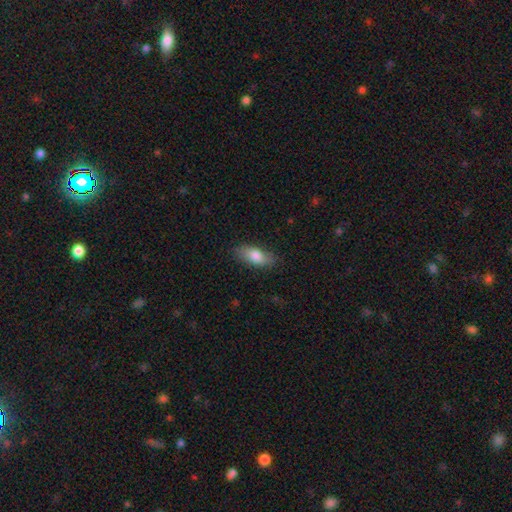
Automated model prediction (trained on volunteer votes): Smooth or featured? smooth (80%)
How rounded? in between (82%)
Merging? none (82%)